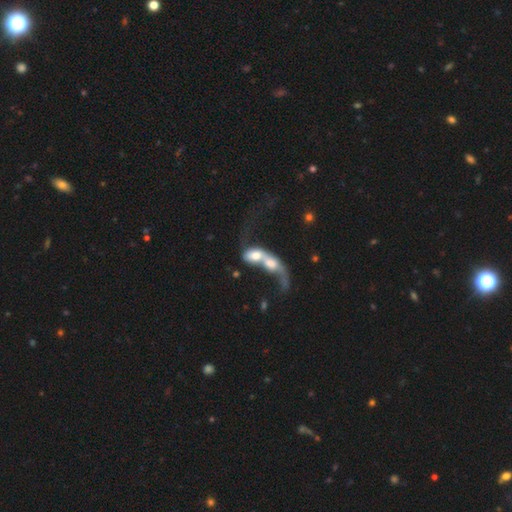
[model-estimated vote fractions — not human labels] This appears to be a smooth galaxy with no disk features (49%). Merging: merger (85%).